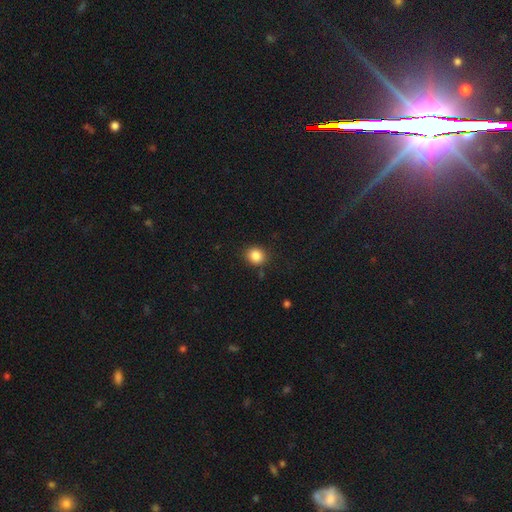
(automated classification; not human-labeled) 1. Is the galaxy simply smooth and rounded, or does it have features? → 85% smooth, 10% star or artifact, 4% featured or disk.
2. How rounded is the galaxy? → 76% round, 23% in between, 1% cigar-shaped.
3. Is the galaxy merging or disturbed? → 86% none, 9% minor disturbance, 3% major disturbance, 2% merger.